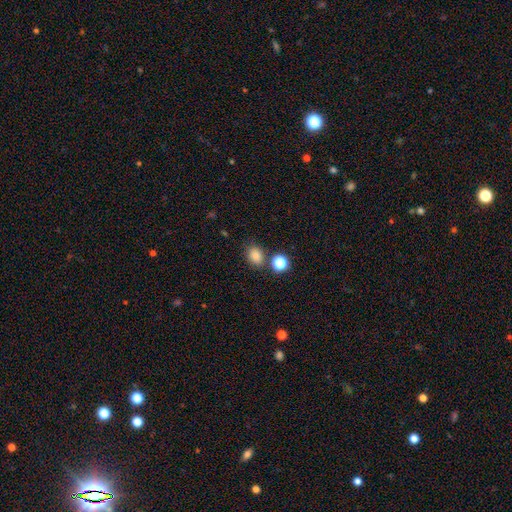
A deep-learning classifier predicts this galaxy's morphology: The model was most divided on "how rounded": in between: 57%, round: 42%, cigar-shaped: 1%. More confident: smooth or featured — smooth (81%); merging — none (74%).